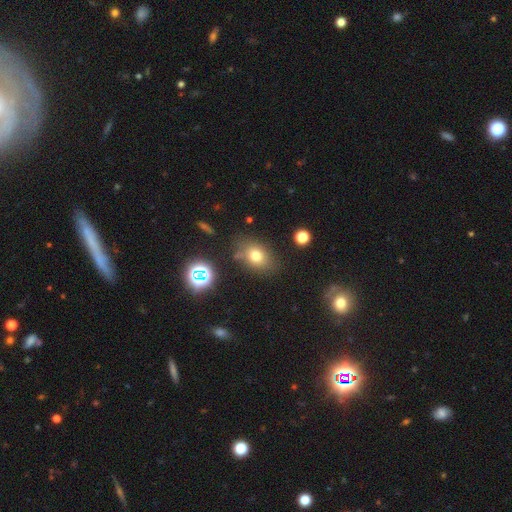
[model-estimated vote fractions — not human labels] A smooth galaxy with no disk features (73%) that is in between round and cigar-shaped (64%). Merging: none (74%).